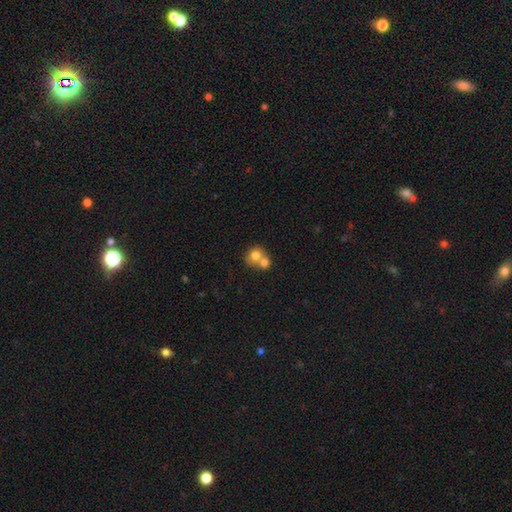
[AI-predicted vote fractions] smooth-or-featured: smooth: 74% | featured or disk: 17% | star or artifact: 9%
  how-rounded: round: 79% | in between: 21% | cigar-shaped: 1%
  merging: merger: 64% | none: 29% | minor disturbance: 5% | major disturbance: 2%